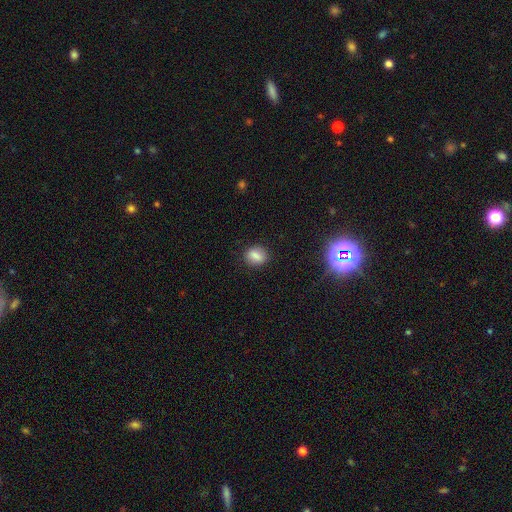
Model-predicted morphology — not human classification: This is clearly a smooth galaxy (83%). How rounded: possibly in between (51%). Merging: clearly none (85%).